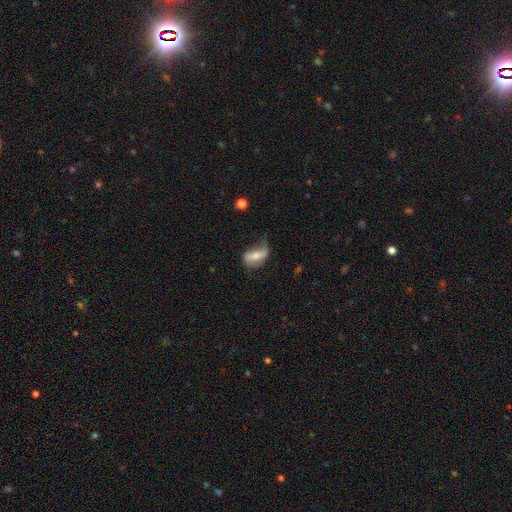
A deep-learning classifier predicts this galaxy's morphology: Smooth or featured: featured or disk — 51% (smooth — 41%)
Edge-on disk: no — 89% (yes — 11%)
Merging: none — 37% (minor disturbance — 35%)